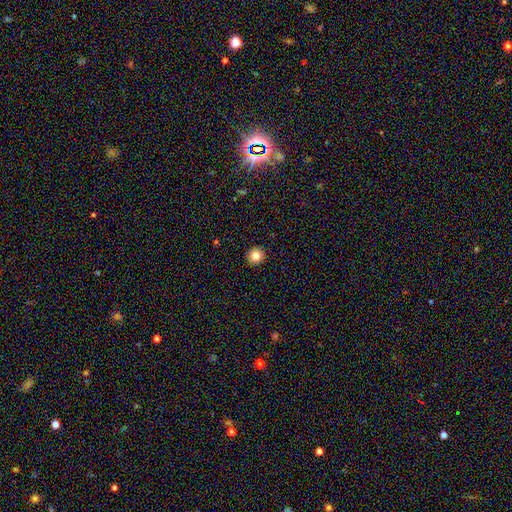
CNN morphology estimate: Smooth or featured? Predicted: smooth (p=0.82). How rounded? Predicted: round (p=0.93). Merging? Predicted: none (p=0.93).